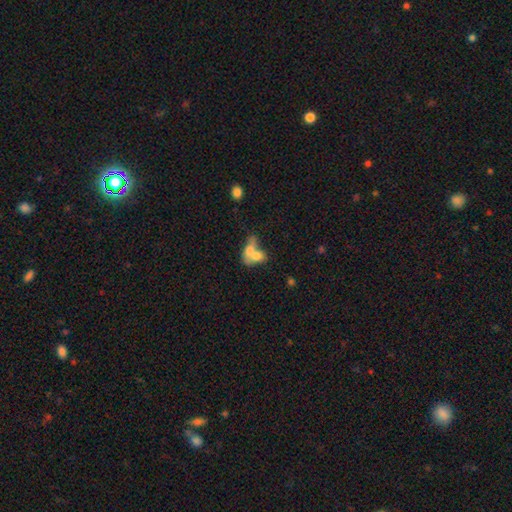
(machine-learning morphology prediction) Overall: smooth (70%). How rounded: in between (72%). Merging: merger (73%).